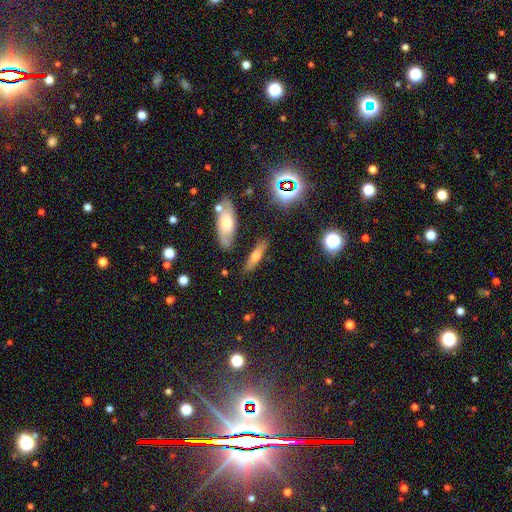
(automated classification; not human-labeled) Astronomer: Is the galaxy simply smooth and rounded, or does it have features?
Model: smooth — 54% (runner-up: featured or disk, 33%).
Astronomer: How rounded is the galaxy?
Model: cigar-shaped — 60% (runner-up: in between, 36%).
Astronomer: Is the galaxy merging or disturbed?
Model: none — 78%.